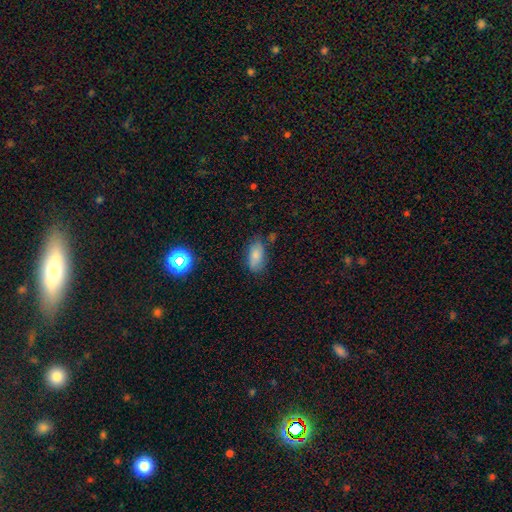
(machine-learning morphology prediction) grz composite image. It shows a smooth galaxy with no disk features (80%) that is in between round and cigar-shaped (91%). Merging: none (66%).